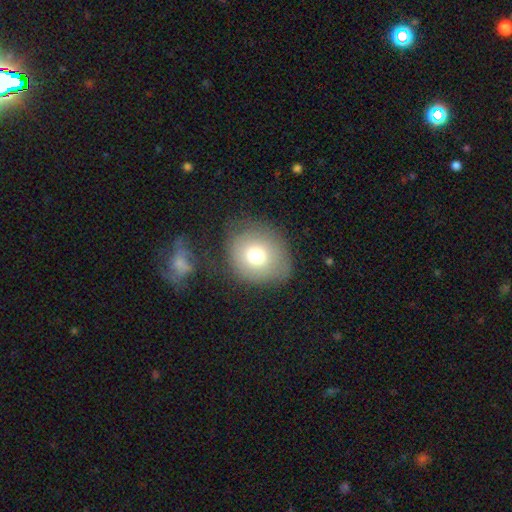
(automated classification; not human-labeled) This appears to be a smooth galaxy with no disk features (75%) that is round (77%). Merging: none (66%).